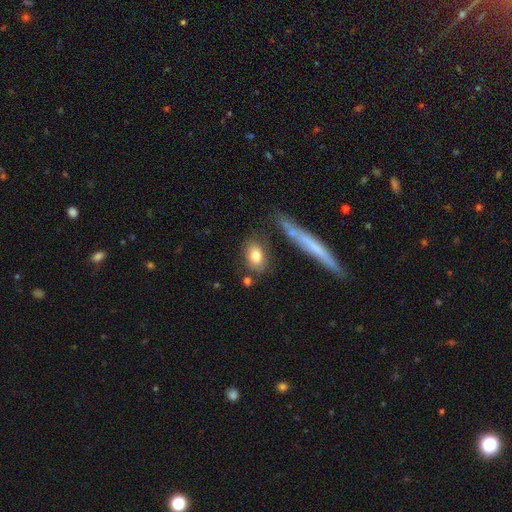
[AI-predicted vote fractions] smooth_or_featured: smooth (p=0.79) [alt: featured or disk p=0.13]
how_rounded: in between (p=0.76) [alt: round p=0.17]
merging: none (p=0.75) [alt: minor disturbance p=0.14]